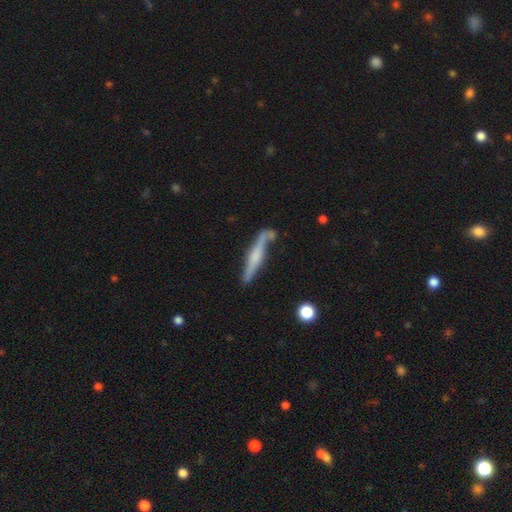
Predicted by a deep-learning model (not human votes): A featured or disk galaxy (61%) viewed edge-on (92%) with a rounded central bulge (62%).

Vote fractions:
- Smooth or featured? featured or disk: 61% / smooth: 33% / star or artifact: 6%
- Edge-on disk? yes: 92% / no: 8%
- Edge-on bulge? rounded: 62% / boxy: 19% / none: 19%
- Merging? none: 66% / minor disturbance: 21% / merger: 7% / major disturbance: 6%